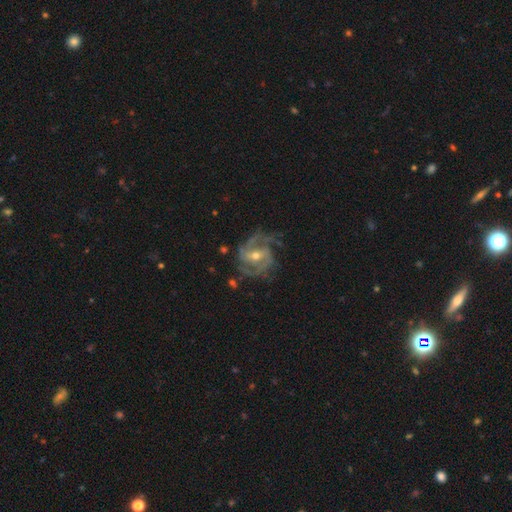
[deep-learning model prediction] The model was most divided on "bulge size": moderate: 52%, small: 45%, large: 1%, none: 1%, dominant: 1%. Remaining: edge-on disk — no (98%); spiral arms — yes (98%); smooth or featured — featured or disk (91%); merging — none (69%); spiral arm count — 2 (55%); spiral winding — medium (53%); bar — weak (44%).